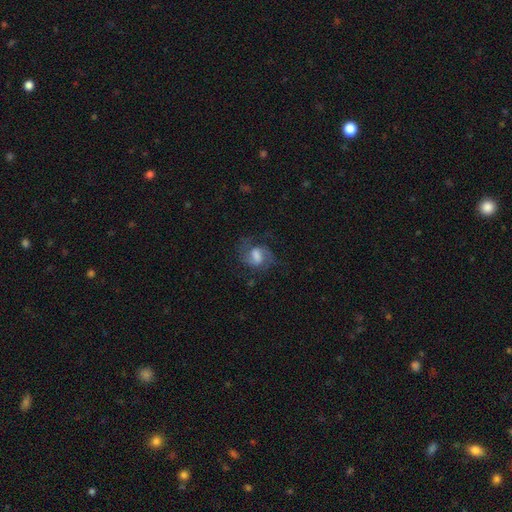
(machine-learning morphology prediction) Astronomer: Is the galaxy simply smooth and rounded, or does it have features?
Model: featured or disk — 57% (runner-up: smooth, 33%).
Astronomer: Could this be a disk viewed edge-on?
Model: no — 96%.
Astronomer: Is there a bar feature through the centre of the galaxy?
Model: weak — 51% (runner-up: no, 26%).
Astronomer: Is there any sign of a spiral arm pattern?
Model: yes — 86%.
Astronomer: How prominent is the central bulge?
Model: moderate — 32%, tied with large at 32%.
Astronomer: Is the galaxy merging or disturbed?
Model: none — 56%.